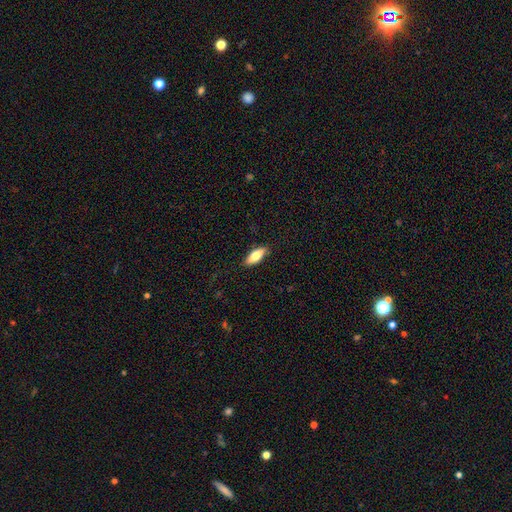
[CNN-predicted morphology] Q: Smooth or featured?
A: smooth (71%); runner-up: featured or disk (23%)
Q: How rounded?
A: in between (71%); runner-up: cigar-shaped (26%)
Q: Merging?
A: none (87%); runner-up: minor disturbance (10%)